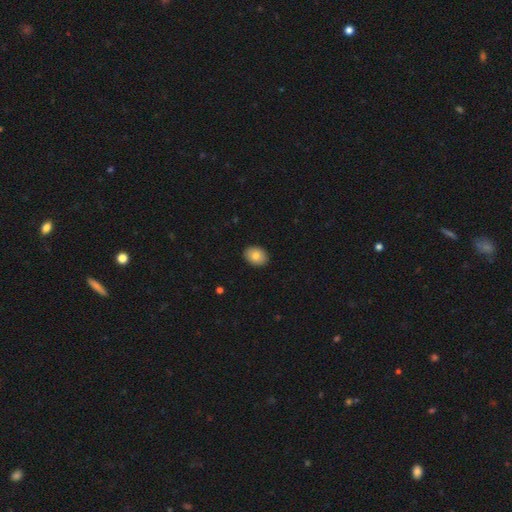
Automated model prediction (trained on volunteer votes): A smooth galaxy with no disk features (81%) that is in between round and cigar-shaped (65%).

Vote fractions:
- Smooth or featured? smooth: 81% / featured or disk: 11% / star or artifact: 7%
- How rounded? in between: 65% / round: 34% / cigar-shaped: 1%
- Merging? none: 91% / minor disturbance: 7% / major disturbance: 2% / merger: 1%